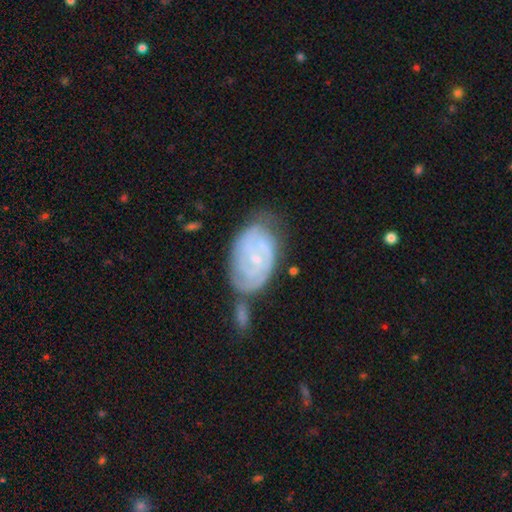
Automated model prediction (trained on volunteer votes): A featured or disk galaxy (79%) with no bar (50%), 2 (42%) tight (70%) spiral arms (94%) and a small central bulge (74%).

Vote fractions:
- Smooth or featured? featured or disk: 79% / smooth: 14% / star or artifact: 6%
- Edge-on disk? no: 96% / yes: 4%
- Bar? no: 50% / weak: 41% / strong: 9%
- Spiral arms? yes: 94% / no: 6%
- Spiral winding? tight: 70% / medium: 25% / loose: 5%
- Spiral arm count? 2: 42% / can't tell: 28% / 3: 17% / 4: 6% / 1: 4% / more than 4: 4%
- Bulge size? small: 74% / moderate: 19% / none: 5% / large: 1% / dominant: 1%
- Merging? none: 45% / minor disturbance: 23% / merger: 22% / major disturbance: 9%